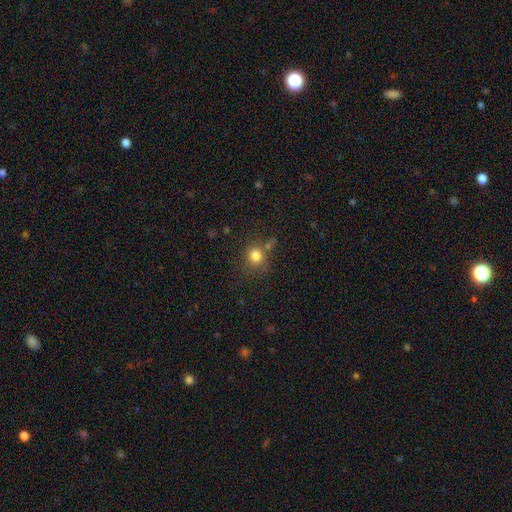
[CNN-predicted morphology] smooth 80%, star or artifact 13%, featured or disk 7%. Down the decision tree: how rounded — round (84%); merging — none (68%).